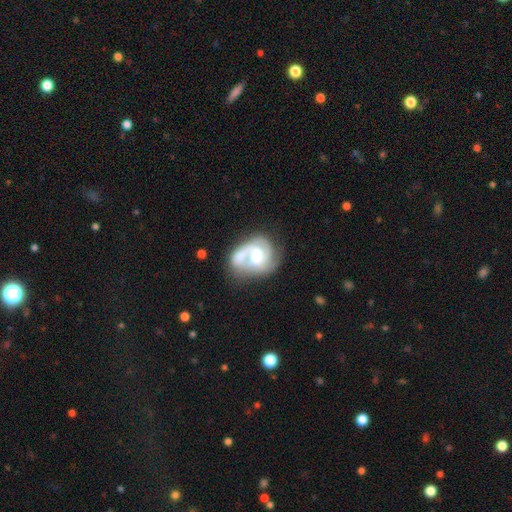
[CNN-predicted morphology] This is likely a featured or disk galaxy (77%). It is clearly not viewed edge-on (98%). Bar: possibly no (46%). Spiral arm pattern: clearly yes (92%). Spiral arm count: marginally 2 (39%). Spiral winding: marginally medium (44%). Central bulge: possibly moderate (51%). Merging: marginally none (44%).